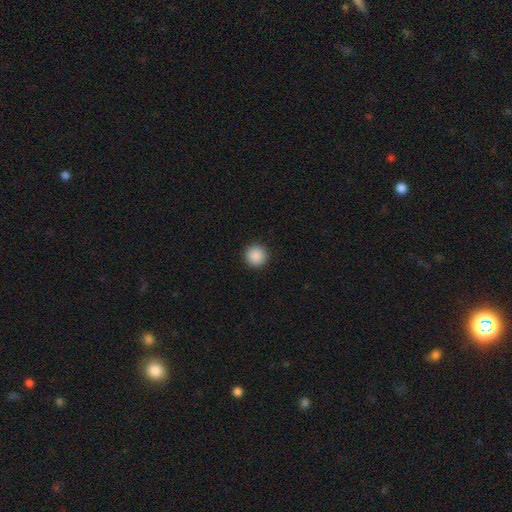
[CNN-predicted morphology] A smooth galaxy with no disk features (89%) that is round (96%).

Vote fractions:
- Smooth or featured? smooth: 89% / star or artifact: 9% / featured or disk: 2%
- How rounded? round: 96% / in between: 3% / cigar-shaped: 1%
- Merging? none: 93% / minor disturbance: 5% / major disturbance: 2% / merger: 1%